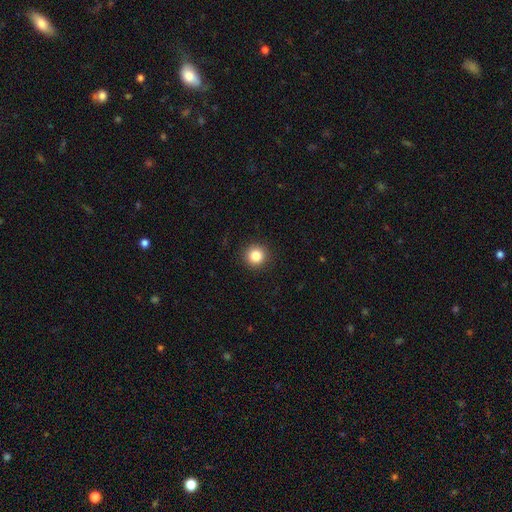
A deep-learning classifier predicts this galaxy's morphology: A smooth galaxy with no disk features (84%) that is round (95%).

Vote fractions:
- Smooth or featured? smooth: 84% / star or artifact: 11% / featured or disk: 5%
- How rounded? round: 95% / in between: 4% / cigar-shaped: 1%
- Merging? none: 92% / minor disturbance: 5% / major disturbance: 2% / merger: 1%